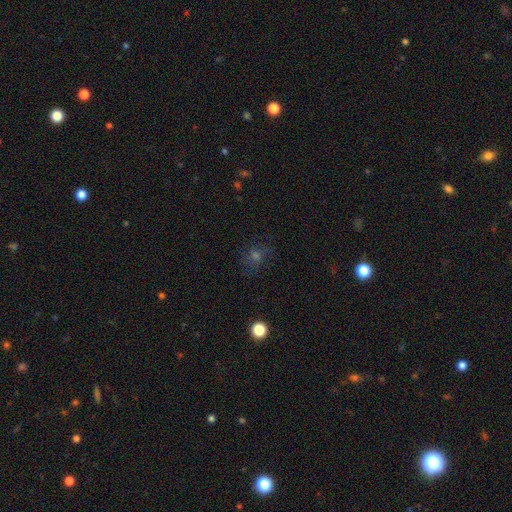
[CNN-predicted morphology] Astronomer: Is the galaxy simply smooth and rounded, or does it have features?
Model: smooth — 44% (runner-up: star or artifact, 36%).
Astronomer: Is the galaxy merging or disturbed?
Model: none — 74%.